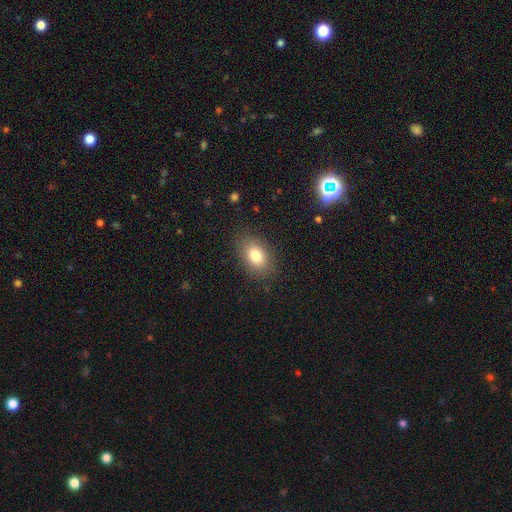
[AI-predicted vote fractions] A smooth galaxy with no disk features (80%) that is in between round and cigar-shaped (83%).

Vote fractions:
- Smooth or featured? smooth: 80% / featured or disk: 11% / star or artifact: 9%
- How rounded? in between: 83% / round: 16% / cigar-shaped: 2%
- Merging? none: 85% / minor disturbance: 10% / major disturbance: 3% / merger: 1%